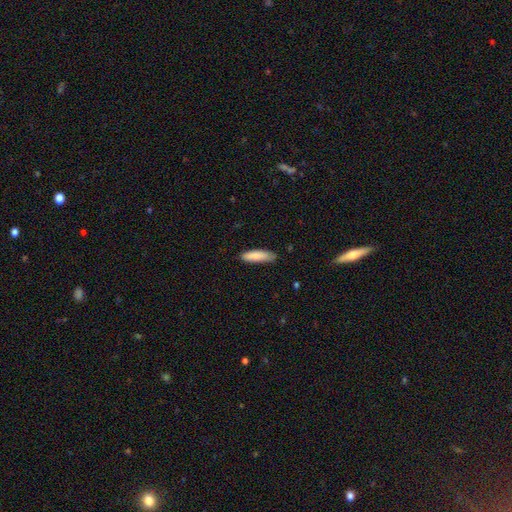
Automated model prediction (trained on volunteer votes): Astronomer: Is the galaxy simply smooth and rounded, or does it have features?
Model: smooth — 87%.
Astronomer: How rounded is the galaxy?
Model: cigar-shaped — 56% (runner-up: in between, 42%).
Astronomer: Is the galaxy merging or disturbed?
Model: none — 78%.